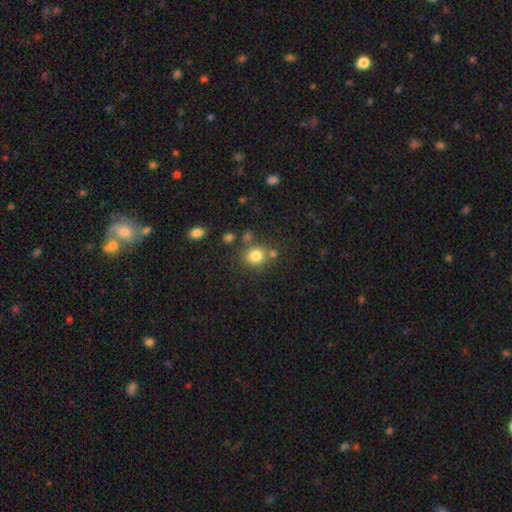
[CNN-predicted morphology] Smooth or featured?
  - smooth: 80% *
  - star or artifact: 13%
  - featured or disk: 8%
How rounded?
  - round: 82% *
  - in between: 17%
  - cigar-shaped: 1%
Merging?
  - none: 72% *
  - merger: 12%
  - minor disturbance: 11%
  - major disturbance: 4%